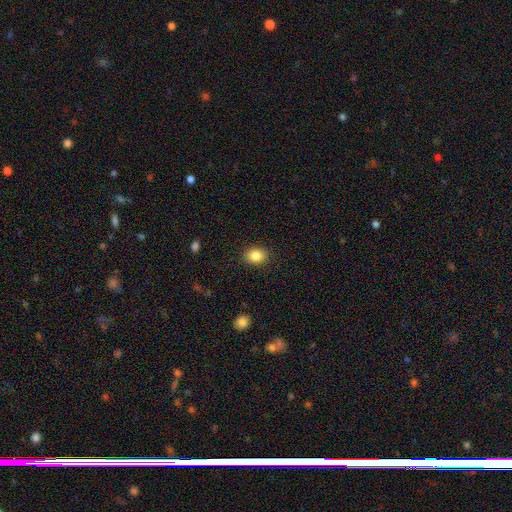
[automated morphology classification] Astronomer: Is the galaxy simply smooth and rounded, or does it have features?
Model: smooth — 85%.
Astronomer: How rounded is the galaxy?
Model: in between — 53% (runner-up: round, 46%).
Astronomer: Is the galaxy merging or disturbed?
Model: none — 88%.